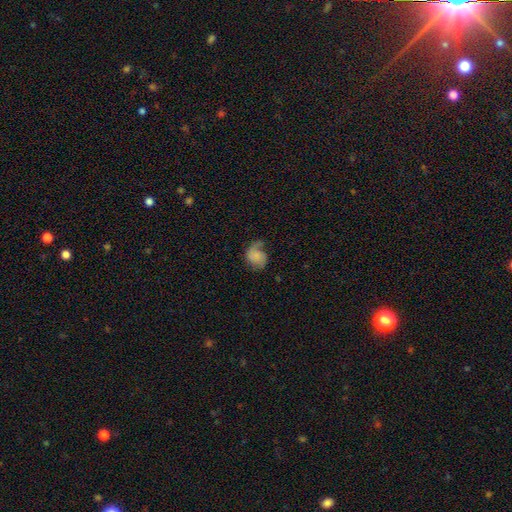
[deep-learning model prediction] Smooth or featured? Predicted: smooth (p=0.49). Merging? Predicted: none (p=0.38).